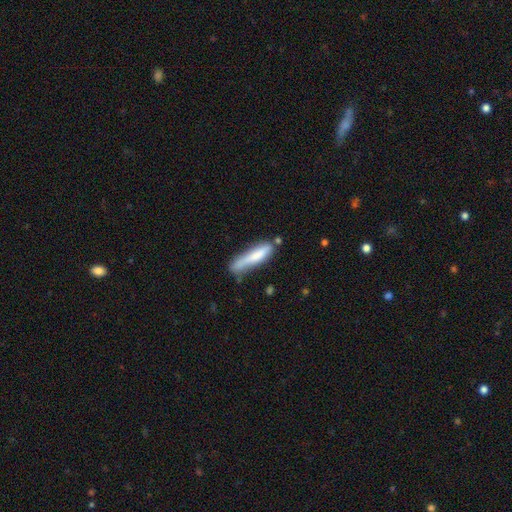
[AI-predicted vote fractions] A smooth galaxy with no disk features (71%) that is cigar-shaped (84%).

Vote fractions:
- Smooth or featured? smooth: 71% / featured or disk: 23% / star or artifact: 6%
- How rounded? cigar-shaped: 84% / in between: 15% / round: 1%
- Merging? none: 46% / minor disturbance: 30% / major disturbance: 12% / merger: 12%